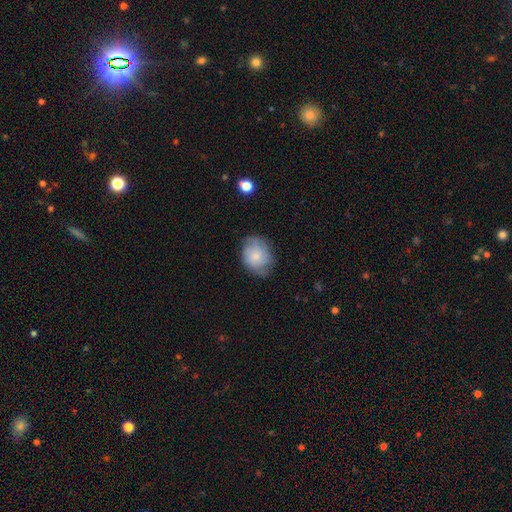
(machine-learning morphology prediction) Smooth or featured?
  - smooth: 51% *
  - featured or disk: 42%
  - star or artifact: 8%
How rounded?
  - in between: 50% *
  - round: 49%
  - cigar-shaped: 1%
Merging?
  - none: 67% *
  - minor disturbance: 25%
  - major disturbance: 7%
  - merger: 1%